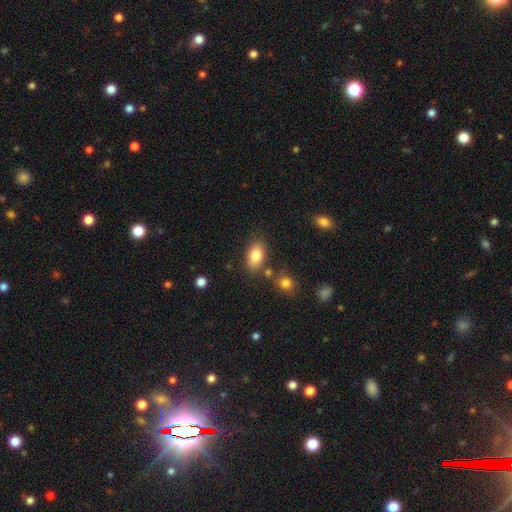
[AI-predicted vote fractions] smooth_or_featured: smooth (p=0.83) [alt: featured or disk p=0.09]
how_rounded: in between (p=0.90) [alt: round p=0.08]
merging: none (p=0.76) [alt: minor disturbance p=0.13]